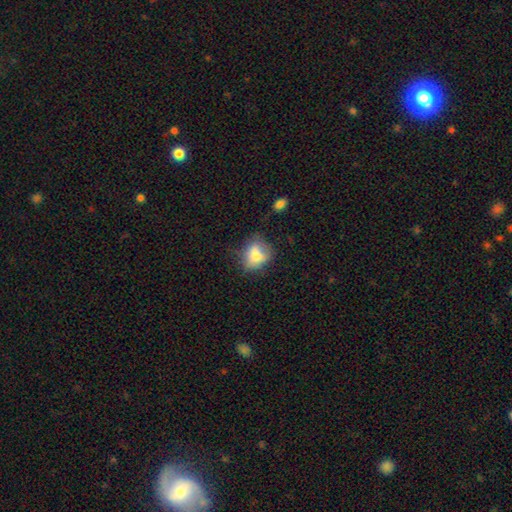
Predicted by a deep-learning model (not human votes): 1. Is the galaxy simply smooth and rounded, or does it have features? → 70% smooth, 20% featured or disk, 10% star or artifact.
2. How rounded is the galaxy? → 55% in between, 43% round, 2% cigar-shaped.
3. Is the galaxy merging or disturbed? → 45% none, 29% minor disturbance, 13% merger, 13% major disturbance.